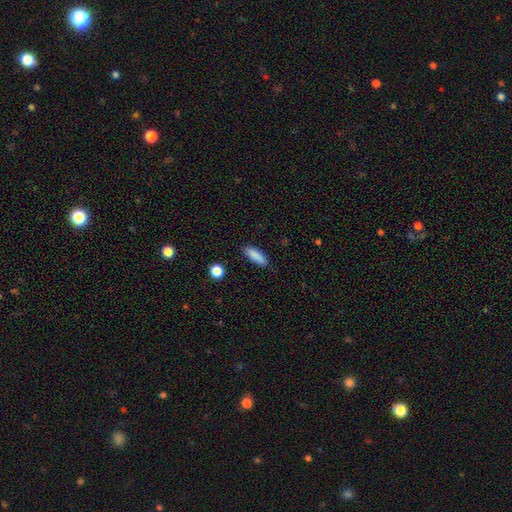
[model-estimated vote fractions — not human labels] Morphology: type=smooth (86%); roundness=in between (52%); merging=none (85%).